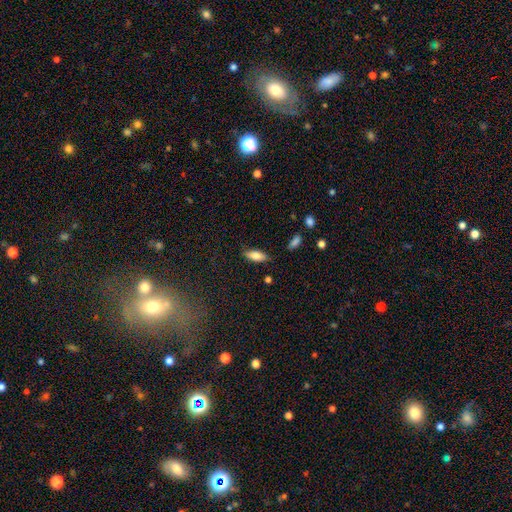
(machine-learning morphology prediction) A smooth galaxy with no disk features (81%) that is in between round and cigar-shaped (77%).

Vote fractions:
- Smooth or featured? smooth: 81% / featured or disk: 12% / star or artifact: 7%
- How rounded? in between: 77% / cigar-shaped: 21% / round: 2%
- Merging? none: 81% / minor disturbance: 14% / major disturbance: 3% / merger: 2%